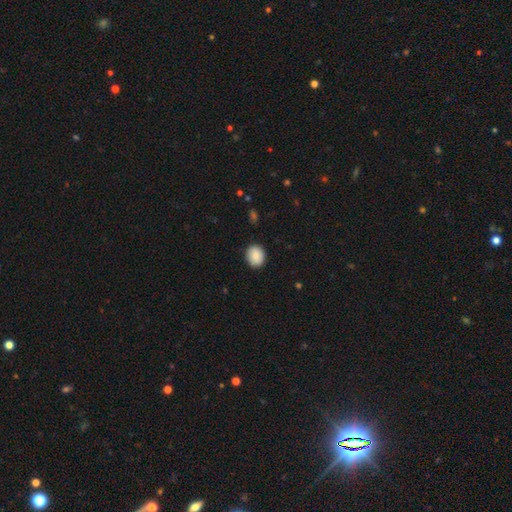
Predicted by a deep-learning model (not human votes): This is clearly a smooth galaxy (86%). How rounded: likely round (68%). Merging: clearly none (88%).